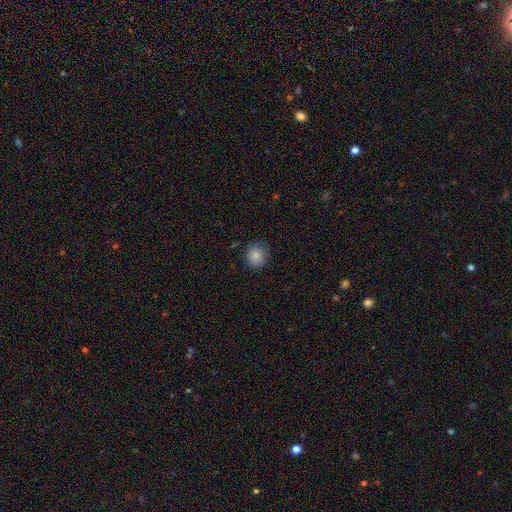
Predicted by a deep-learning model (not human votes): Overall: smooth (85%). How rounded: round (89%). Merging: none (85%).